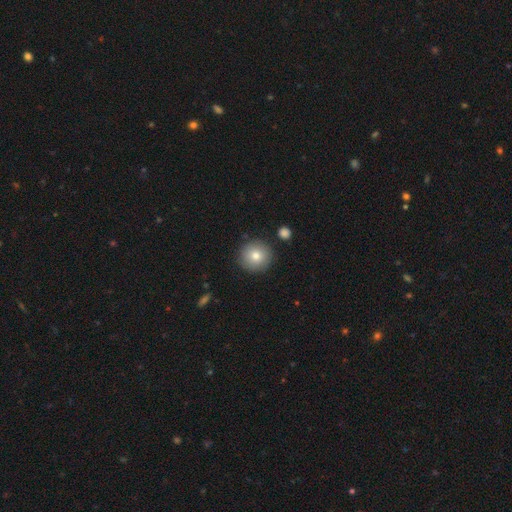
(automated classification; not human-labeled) This appears to be a smooth galaxy with no disk features (78%) that is round (94%). Merging: none (88%).